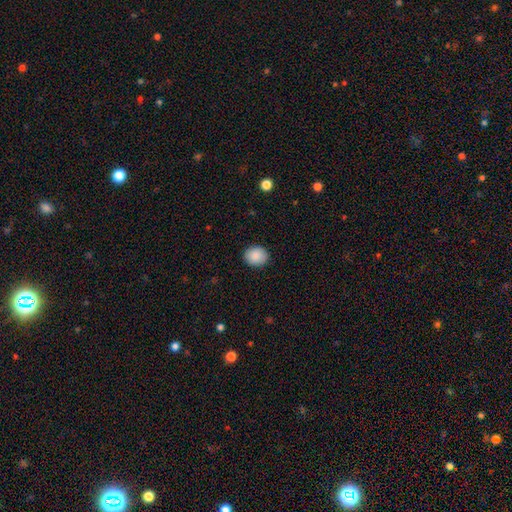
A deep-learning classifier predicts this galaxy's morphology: A smooth galaxy with no disk features (89%) that is round (66%). Merging: none (89%).